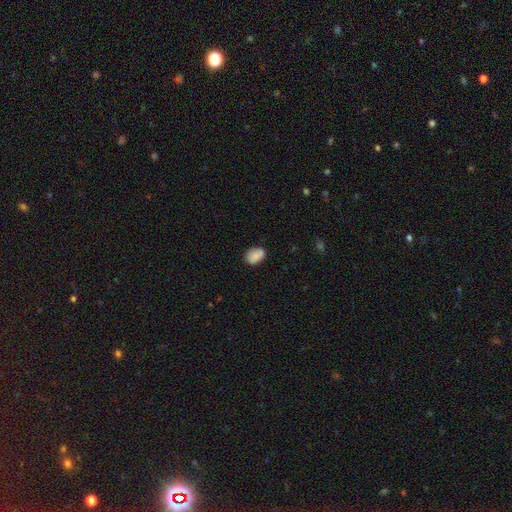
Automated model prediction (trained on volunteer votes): Overall: smooth (82%). How rounded: in between (79%). Merging: none (73%).